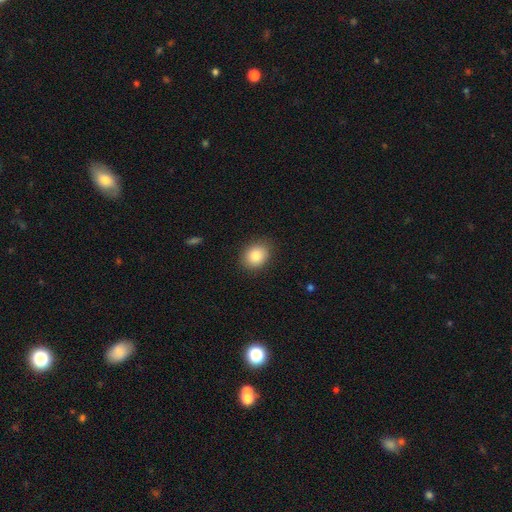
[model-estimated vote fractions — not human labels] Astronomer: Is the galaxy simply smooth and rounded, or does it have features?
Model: smooth — 85%.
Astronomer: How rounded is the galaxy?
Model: round — 57% (runner-up: in between, 43%).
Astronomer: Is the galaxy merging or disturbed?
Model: none — 87%.